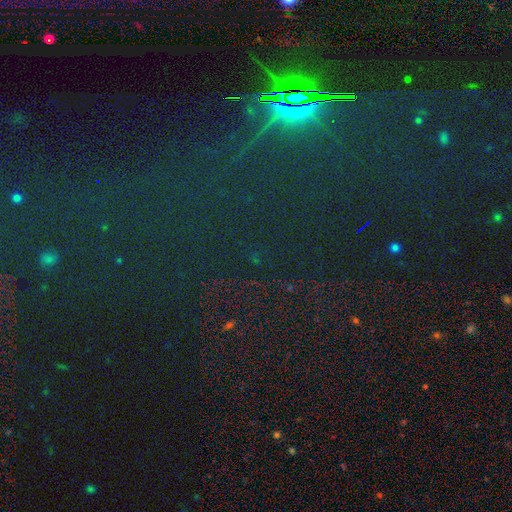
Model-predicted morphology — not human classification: A star or artifact, not a galaxy (85%).

Vote fractions:
- Smooth or featured? star or artifact: 85% / smooth: 8% / featured or disk: 7%